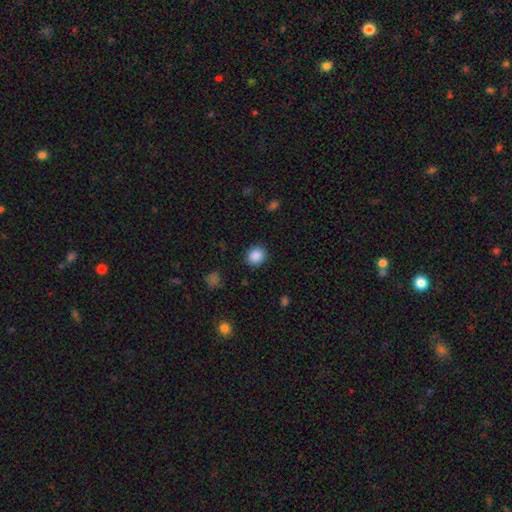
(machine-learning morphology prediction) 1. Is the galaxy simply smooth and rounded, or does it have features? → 88% smooth, 9% star or artifact, 3% featured or disk.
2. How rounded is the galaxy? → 80% round, 19% in between, 1% cigar-shaped.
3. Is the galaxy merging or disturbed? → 89% none, 7% minor disturbance, 2% major disturbance, 1% merger.